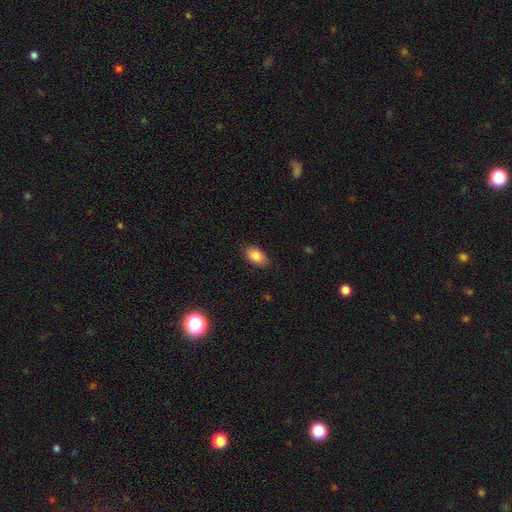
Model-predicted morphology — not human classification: This is clearly a smooth galaxy (85%). How rounded: clearly in between (90%). Merging: clearly none (85%).